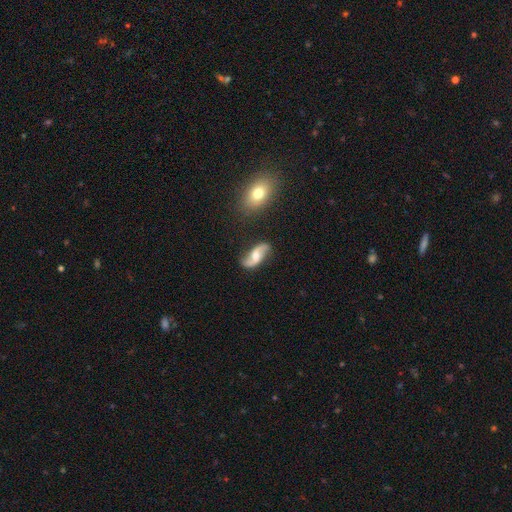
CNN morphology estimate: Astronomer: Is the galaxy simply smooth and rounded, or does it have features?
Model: featured or disk — 82%.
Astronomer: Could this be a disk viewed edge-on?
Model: no — 96%.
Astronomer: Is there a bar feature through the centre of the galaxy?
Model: no — 53% (runner-up: weak, 36%).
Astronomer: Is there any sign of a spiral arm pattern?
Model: yes — 95%.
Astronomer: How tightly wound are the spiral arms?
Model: loose — 72%.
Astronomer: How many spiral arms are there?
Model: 2 — 93%.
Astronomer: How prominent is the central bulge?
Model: moderate — 64%.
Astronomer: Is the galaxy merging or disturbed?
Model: none — 78%.